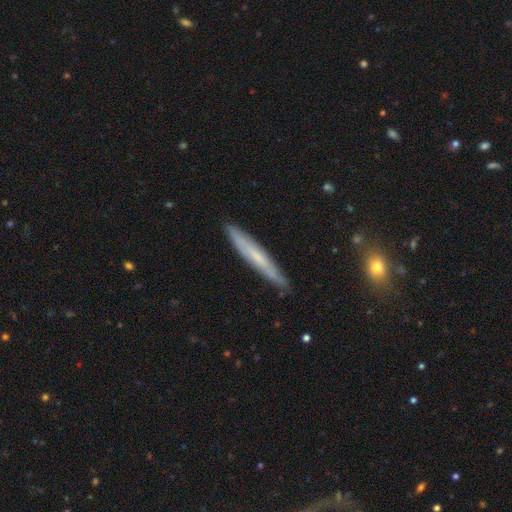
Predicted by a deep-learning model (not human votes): This appears to be a smooth galaxy with no disk features (49%). Merging: none (85%).